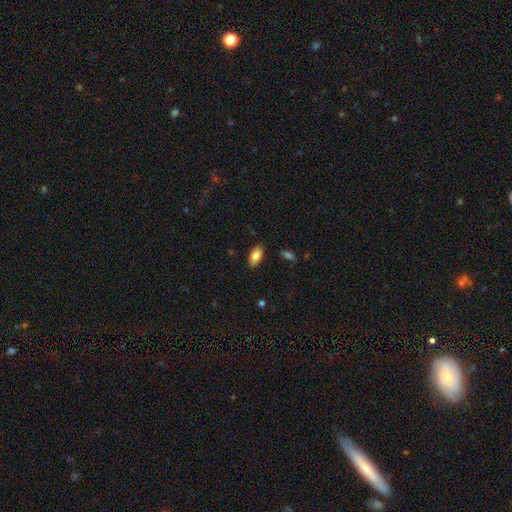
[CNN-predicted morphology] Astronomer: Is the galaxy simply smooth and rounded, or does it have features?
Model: smooth — 83%.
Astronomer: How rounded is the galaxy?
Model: in between — 91%.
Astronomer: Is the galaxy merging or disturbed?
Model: none — 87%.